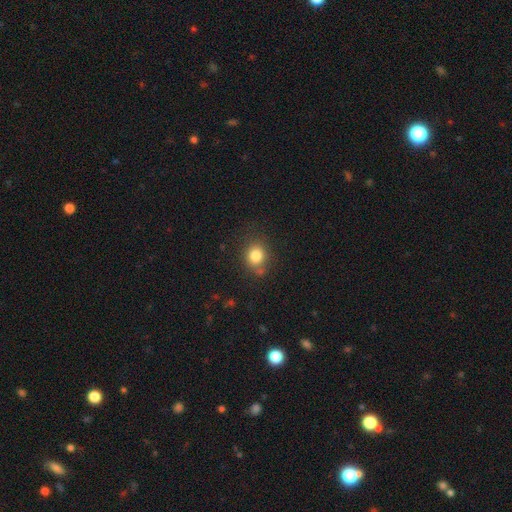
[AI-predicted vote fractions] smooth-or-featured: smooth: 82% | star or artifact: 11% | featured or disk: 6%
  how-rounded: round: 75% | in between: 24% | cigar-shaped: 1%
  merging: none: 73% | minor disturbance: 16% | merger: 6% | major disturbance: 5%